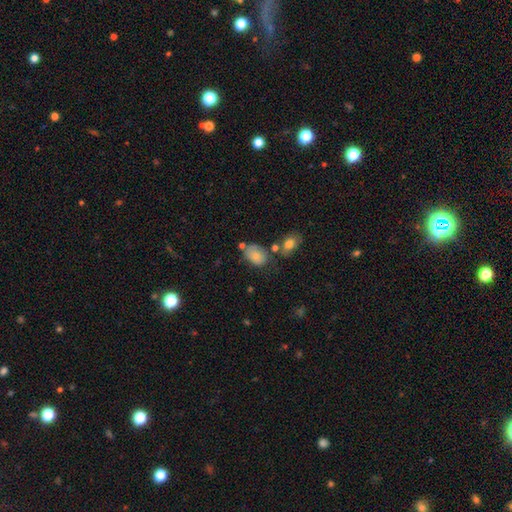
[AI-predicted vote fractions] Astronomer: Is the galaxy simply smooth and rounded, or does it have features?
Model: smooth — 76%.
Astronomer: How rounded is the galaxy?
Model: in between — 80%.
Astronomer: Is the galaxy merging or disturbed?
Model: none — 49% (runner-up: minor disturbance, 27%).